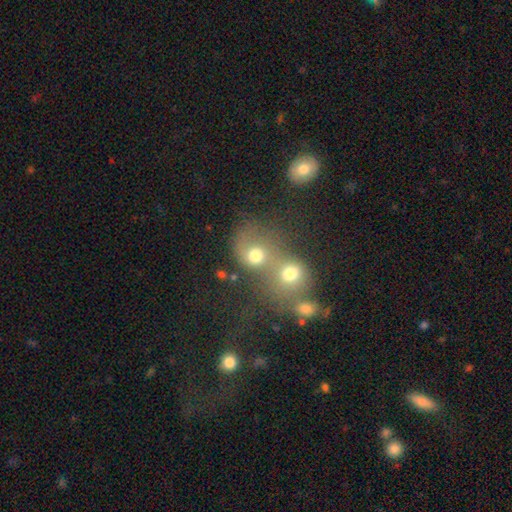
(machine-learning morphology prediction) Q: Smooth or featured?
A: smooth (67%); runner-up: featured or disk (17%)
Q: How rounded?
A: round (74%); runner-up: in between (25%)
Q: Merging?
A: merger (69%); runner-up: none (20%)